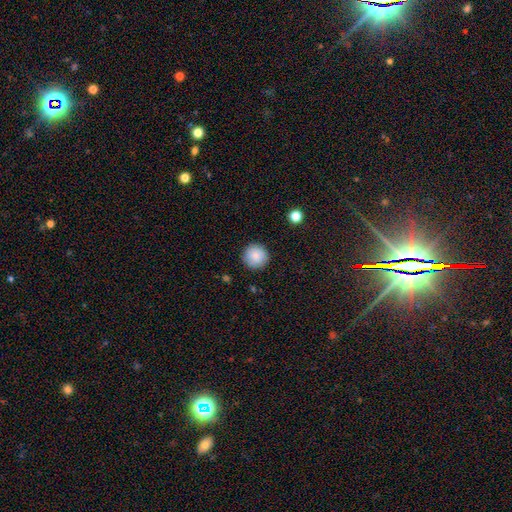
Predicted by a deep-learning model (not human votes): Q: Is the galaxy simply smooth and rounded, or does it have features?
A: smooth — 86%.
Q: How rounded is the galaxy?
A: round — 96%.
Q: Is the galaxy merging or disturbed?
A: none — 90%.